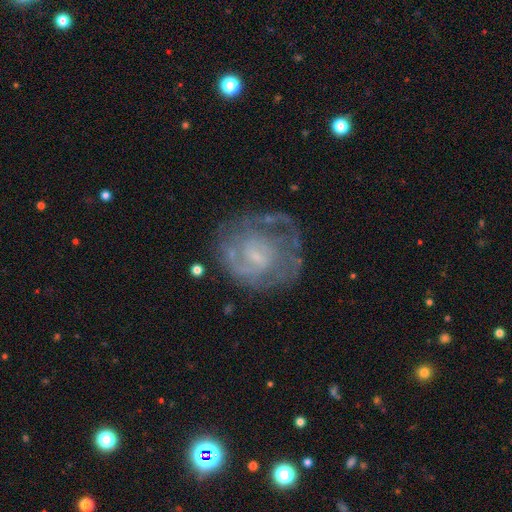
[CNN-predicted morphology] This appears to be a featured or disk galaxy (78%) with a weak bar (50%), tight (51%) spiral arms (83%) and a small central bulge (62%). Merging: none (60%).